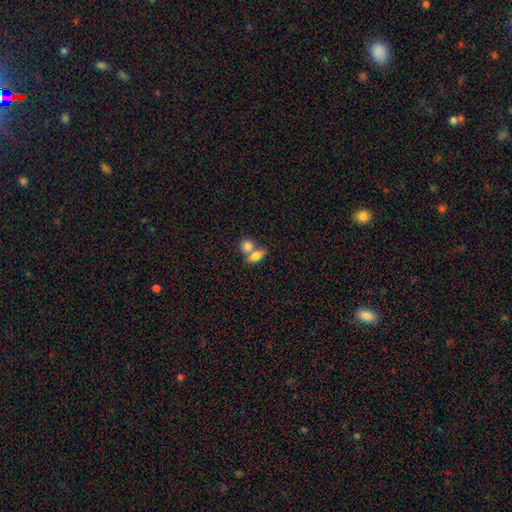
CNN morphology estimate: smooth 78%, featured or disk 15%, star or artifact 8%. Down the decision tree: how rounded — in between (75%); merging — merger (54%).